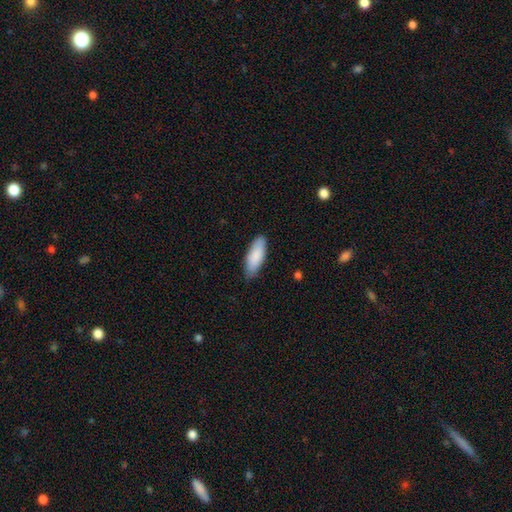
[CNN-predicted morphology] type=smooth (88%); roundness=in between (71%); merging=none (82%).